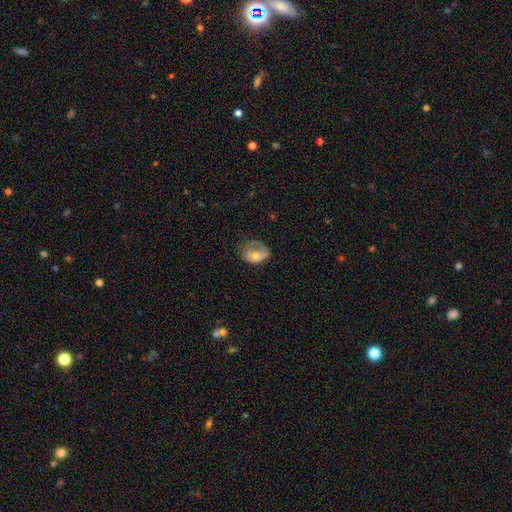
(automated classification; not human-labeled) This is possibly a smooth galaxy (52%). How rounded: likely in between (68%). Merging: marginally major disturbance (37%).